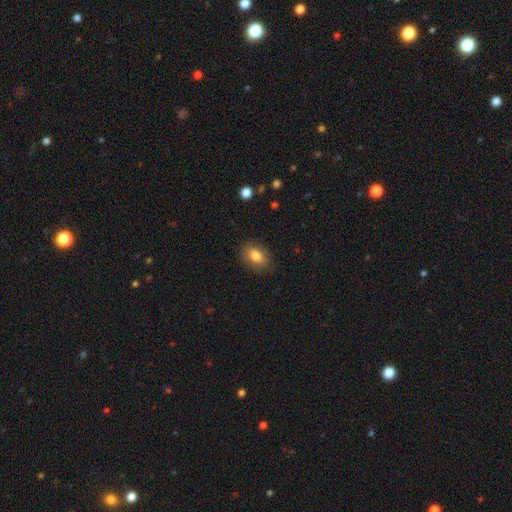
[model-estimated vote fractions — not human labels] Smooth or featured? Predicted: smooth (p=0.81). How rounded? Predicted: in between (p=0.82). Merging? Predicted: none (p=0.84).